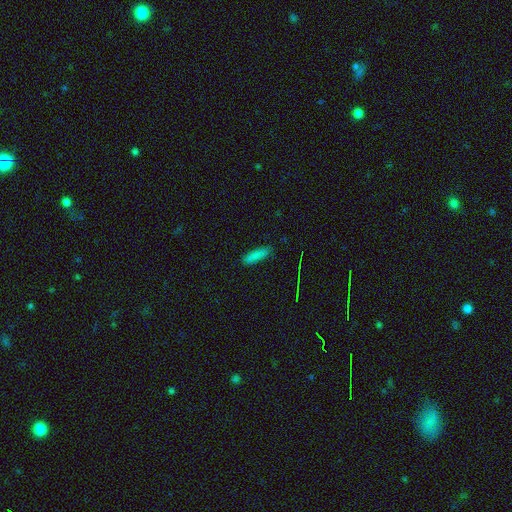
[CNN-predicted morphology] Smooth or featured?
  - smooth: 82% *
  - star or artifact: 11%
  - featured or disk: 7%
How rounded?
  - cigar-shaped: 68% *
  - in between: 30%
  - round: 2%
Merging?
  - none: 86% *
  - minor disturbance: 11%
  - major disturbance: 2%
  - merger: 1%